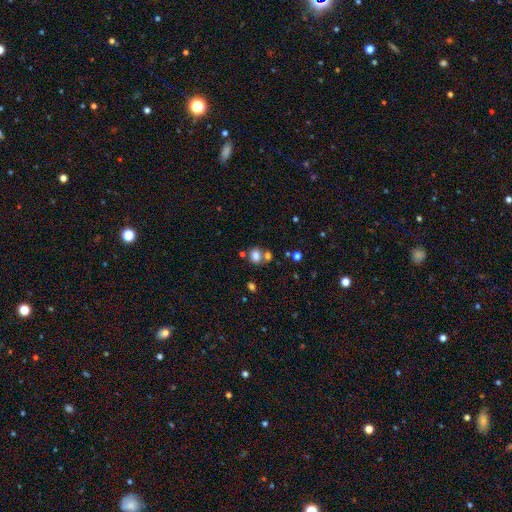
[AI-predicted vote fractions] smooth 80%, star or artifact 12%, featured or disk 8%. Down the decision tree: how rounded — round (55%); merging — none (56%).